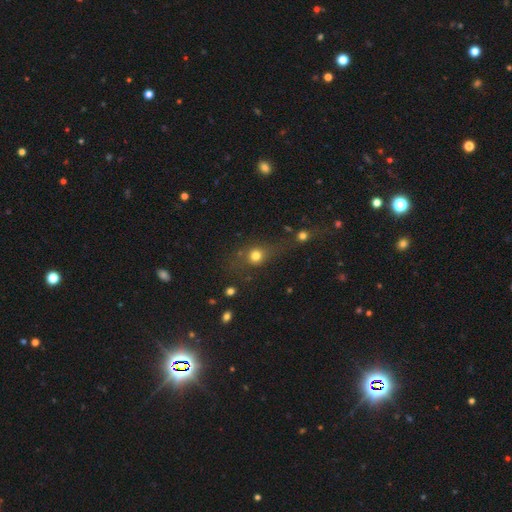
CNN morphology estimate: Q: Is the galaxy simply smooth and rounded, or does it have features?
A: smooth — 70%.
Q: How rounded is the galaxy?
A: round — 71%.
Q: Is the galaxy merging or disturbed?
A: none — 49%.